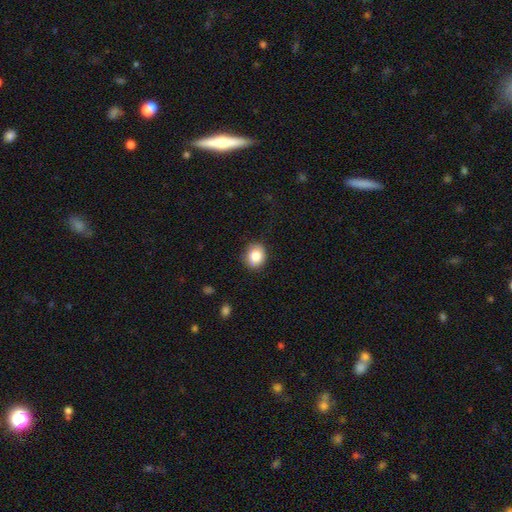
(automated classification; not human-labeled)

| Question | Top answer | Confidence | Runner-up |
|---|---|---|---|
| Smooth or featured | smooth | 82% | star or artifact (9%) |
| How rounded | round | 65% | in between (34%) |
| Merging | none | 79% | minor disturbance (17%) |